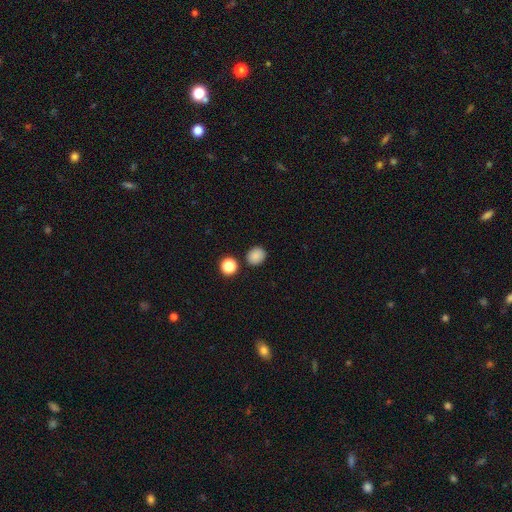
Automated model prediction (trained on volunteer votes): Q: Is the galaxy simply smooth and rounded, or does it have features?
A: smooth — 85%.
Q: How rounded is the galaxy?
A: round — 66%.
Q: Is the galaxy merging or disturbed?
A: none — 84%.